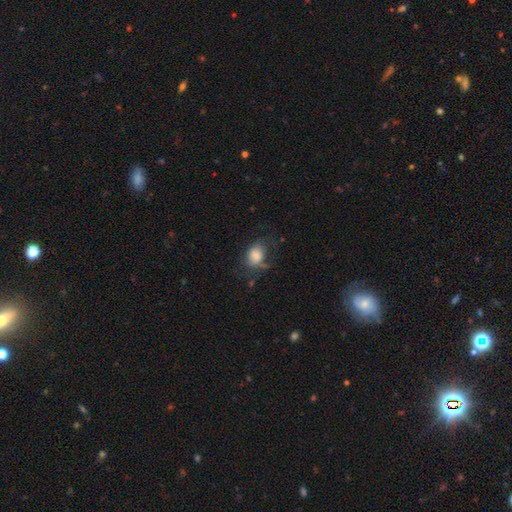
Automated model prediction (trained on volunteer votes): Morphology: type=smooth (76%); roundness=in between (66%); merging=none (40%).